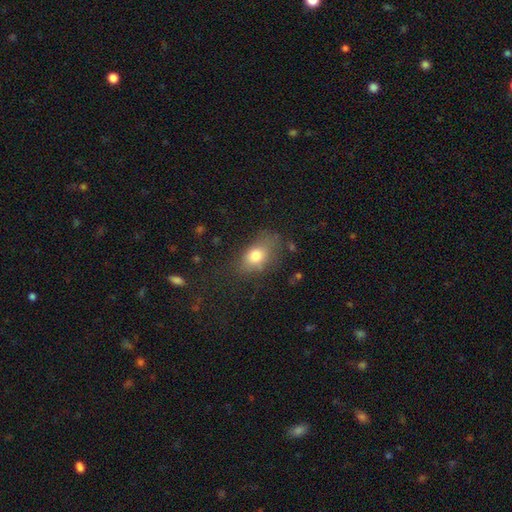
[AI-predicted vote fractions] Smooth or featured: smooth — 76% (featured or disk — 14%)
How rounded: in between — 82% (round — 16%)
Merging: none — 61% (minor disturbance — 24%)